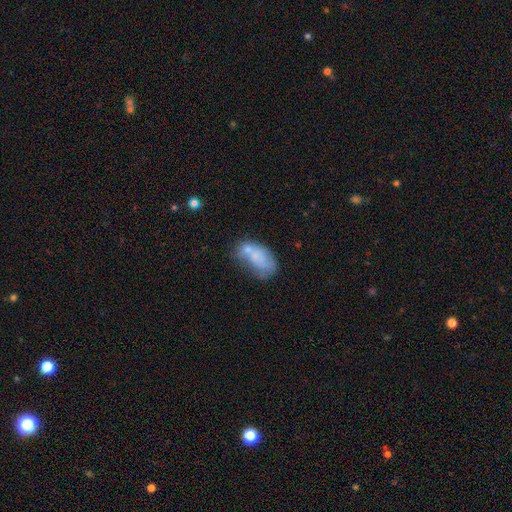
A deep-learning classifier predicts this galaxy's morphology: smooth 61%, featured or disk 29%, star or artifact 9%. Down the decision tree: how rounded — in between (90%); merging — none (30%).